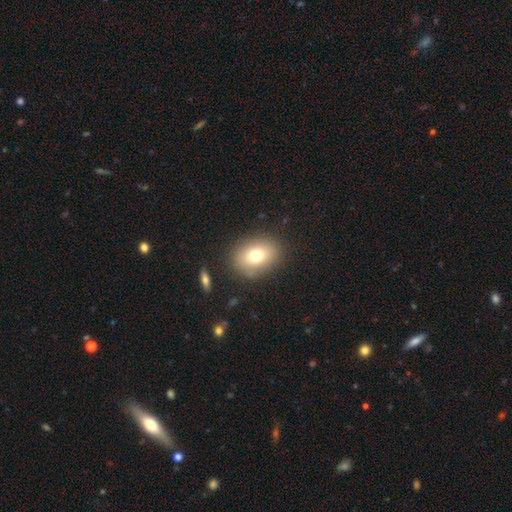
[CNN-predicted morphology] smooth 75%, featured or disk 14%, star or artifact 11%. Down the decision tree: how rounded — in between (61%); merging — none (84%).